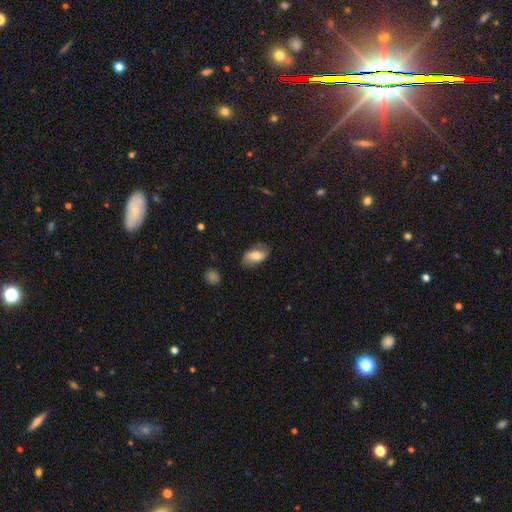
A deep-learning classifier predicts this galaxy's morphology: smooth-or-featured: smooth: 63% | featured or disk: 30% | star or artifact: 7%
  how-rounded: in between: 90% | round: 6% | cigar-shaped: 4%
  merging: none: 70% | minor disturbance: 21% | major disturbance: 7% | merger: 2%